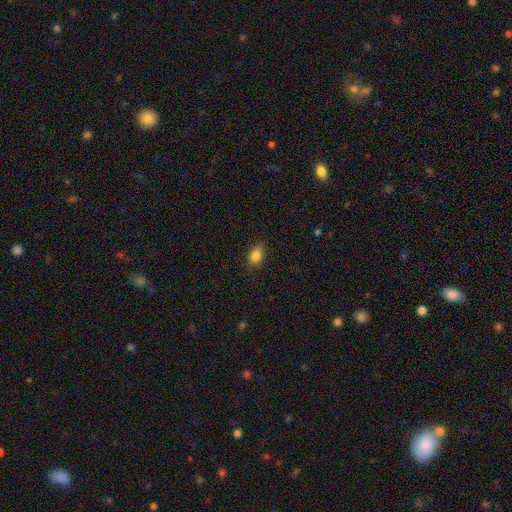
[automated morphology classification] This appears to be a smooth galaxy with no disk features (85%) that is in between round and cigar-shaped (78%). Merging: none (86%).